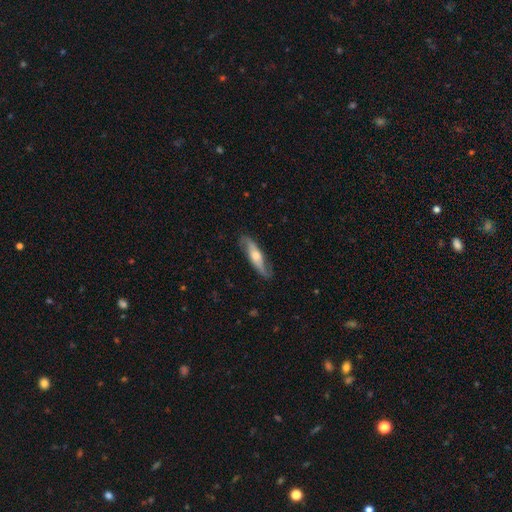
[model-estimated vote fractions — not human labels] Smooth or featured?
  - featured or disk: 65% *
  - smooth: 30%
  - star or artifact: 5%
Edge-on disk?
  - no: 63% *
  - yes: 37%
Merging?
  - none: 79% *
  - minor disturbance: 15%
  - major disturbance: 4%
  - merger: 1%